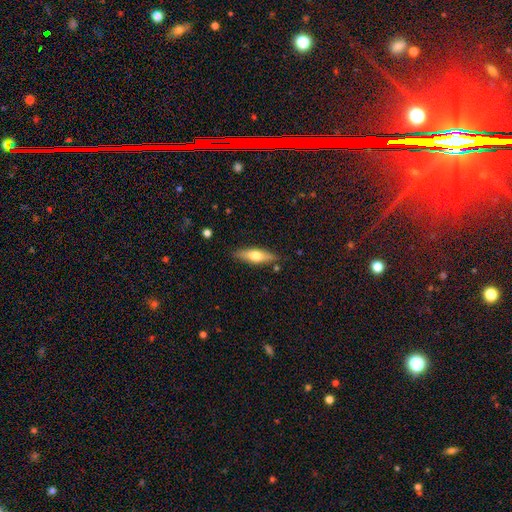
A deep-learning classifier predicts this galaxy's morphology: smooth-or-featured: smooth: 55% | featured or disk: 39% | star or artifact: 6%
  how-rounded: cigar-shaped: 56% | in between: 41% | round: 2%
  merging: none: 84% | minor disturbance: 11% | major disturbance: 2% | merger: 2%